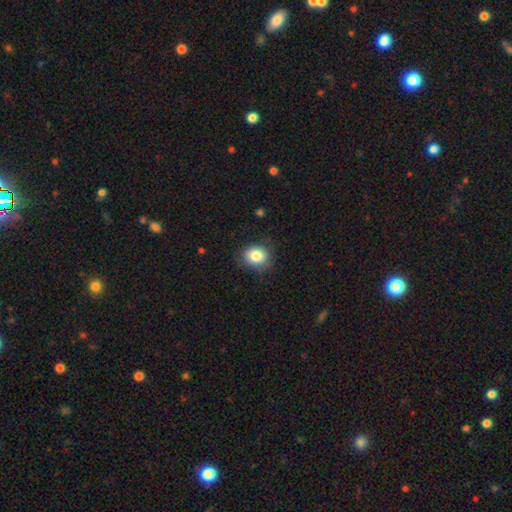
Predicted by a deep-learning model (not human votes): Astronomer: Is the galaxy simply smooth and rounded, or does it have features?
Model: smooth — 82%.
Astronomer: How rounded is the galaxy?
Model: round — 74%.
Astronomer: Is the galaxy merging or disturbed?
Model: none — 82%.